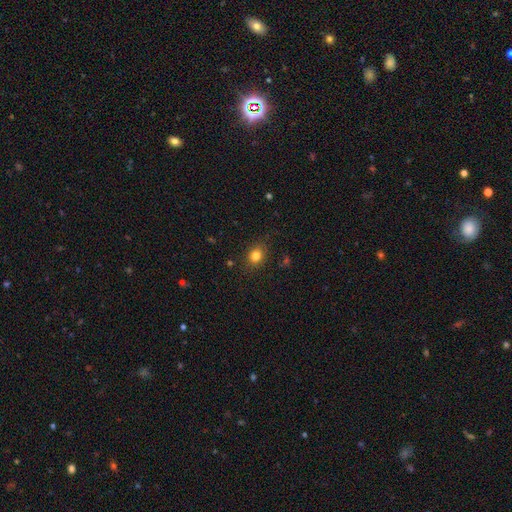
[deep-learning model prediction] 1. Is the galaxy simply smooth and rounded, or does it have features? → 81% smooth, 13% star or artifact, 7% featured or disk.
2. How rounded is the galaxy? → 59% round, 40% in between, 1% cigar-shaped.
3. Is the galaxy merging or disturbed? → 85% none, 10% minor disturbance, 3% major disturbance, 1% merger.